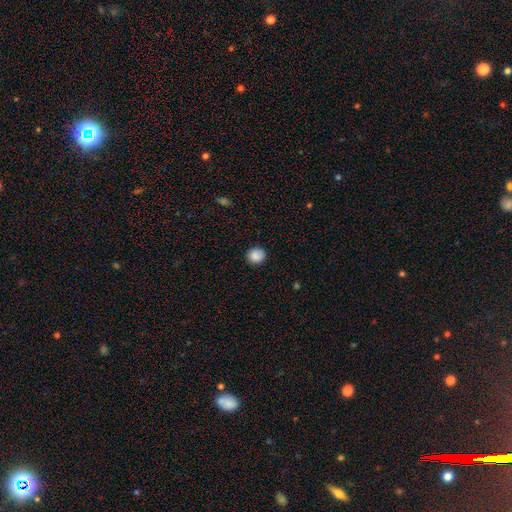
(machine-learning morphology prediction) Q: Smooth or featured?
A: smooth (88%); runner-up: star or artifact (9%)
Q: How rounded?
A: round (82%); runner-up: in between (17%)
Q: Merging?
A: none (89%); runner-up: minor disturbance (8%)